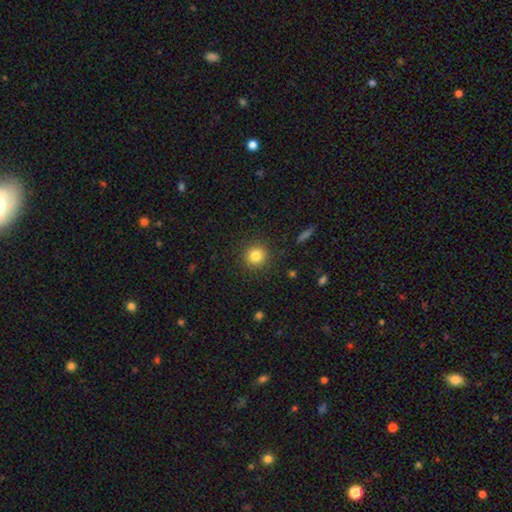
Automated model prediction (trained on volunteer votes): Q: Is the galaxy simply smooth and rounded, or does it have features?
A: smooth — 82%.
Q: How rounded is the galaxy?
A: round — 92%.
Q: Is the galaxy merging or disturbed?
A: none — 90%.